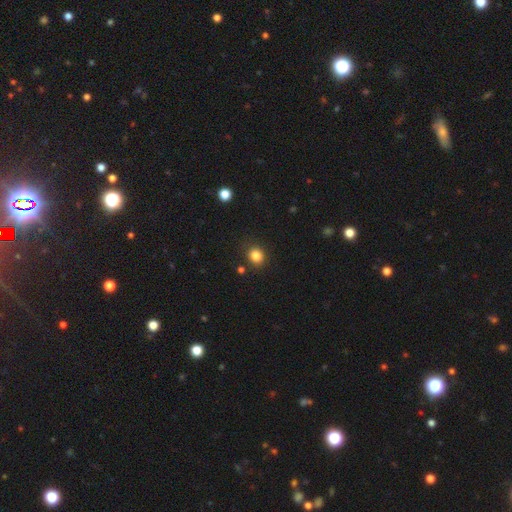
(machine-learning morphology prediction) smooth_or_featured: smooth (p=0.83) [alt: star or artifact p=0.12]
how_rounded: round (p=0.76) [alt: in between p=0.23]
merging: none (p=0.86) [alt: minor disturbance p=0.09]